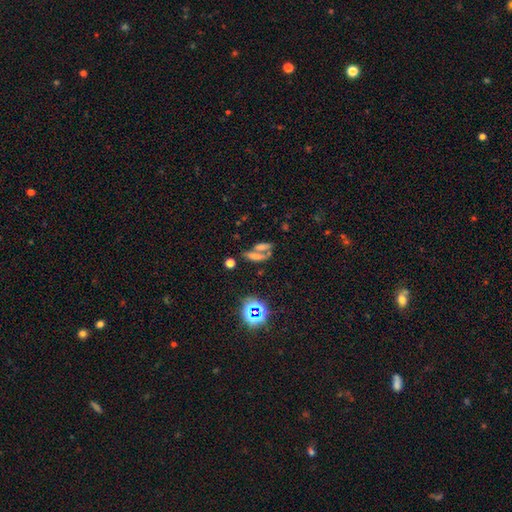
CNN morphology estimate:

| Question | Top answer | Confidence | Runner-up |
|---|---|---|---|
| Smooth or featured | smooth | 46% | star or artifact (33%) |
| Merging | none | 41% | merger (37%) |